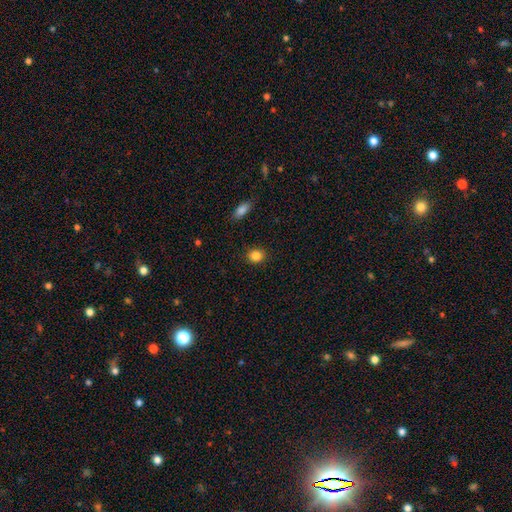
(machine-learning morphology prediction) Q: Smooth or featured?
A: smooth (85%); runner-up: star or artifact (10%)
Q: How rounded?
A: round (72%); runner-up: in between (27%)
Q: Merging?
A: none (90%); runner-up: minor disturbance (7%)